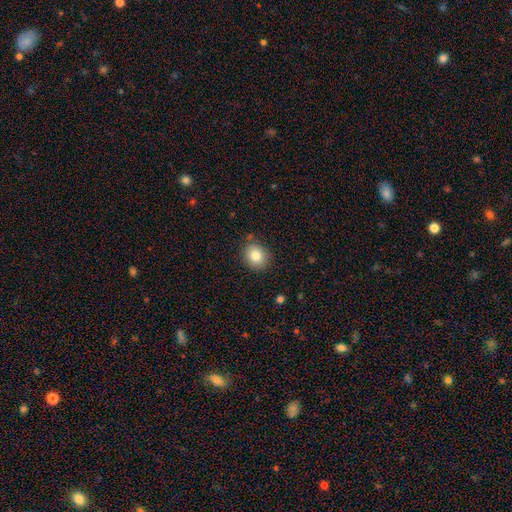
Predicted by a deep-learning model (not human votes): This is clearly a smooth galaxy (81%). How rounded: likely round (70%). Merging: clearly none (84%).